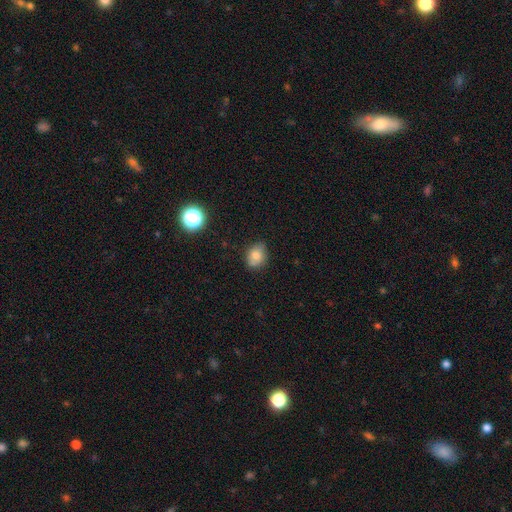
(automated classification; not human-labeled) smooth-or-featured: smooth: 77% | featured or disk: 11% | star or artifact: 11%
  how-rounded: in between: 52% | round: 46% | cigar-shaped: 1%
  merging: none: 73% | minor disturbance: 21% | major disturbance: 4% | merger: 2%